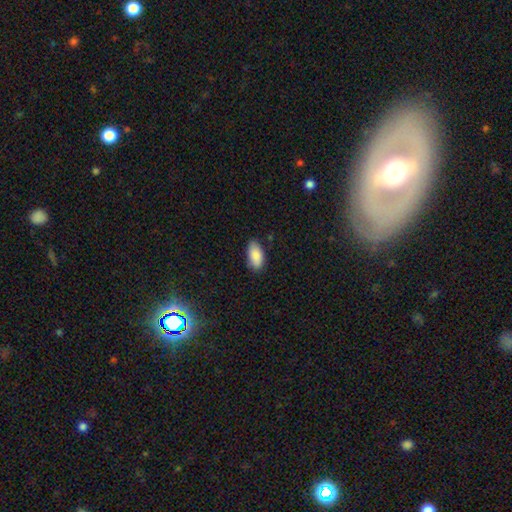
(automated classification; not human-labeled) Smooth or featured? smooth (87%)
How rounded? in between (93%)
Merging? none (80%)